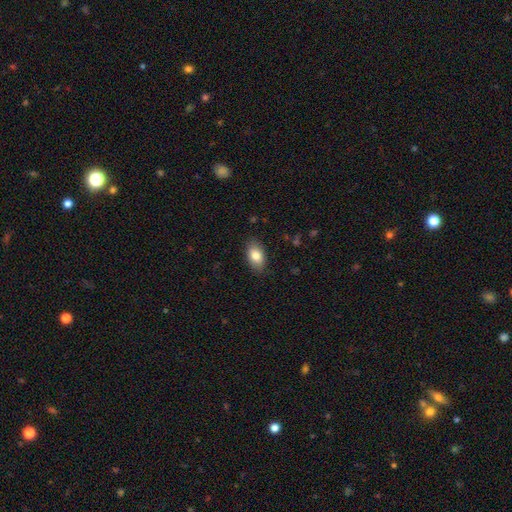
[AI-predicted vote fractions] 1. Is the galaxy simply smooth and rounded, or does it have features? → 82% smooth, 11% featured or disk, 7% star or artifact.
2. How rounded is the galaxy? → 90% in between, 7% round, 3% cigar-shaped.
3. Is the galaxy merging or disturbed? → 86% none, 10% minor disturbance, 2% major disturbance, 1% merger.